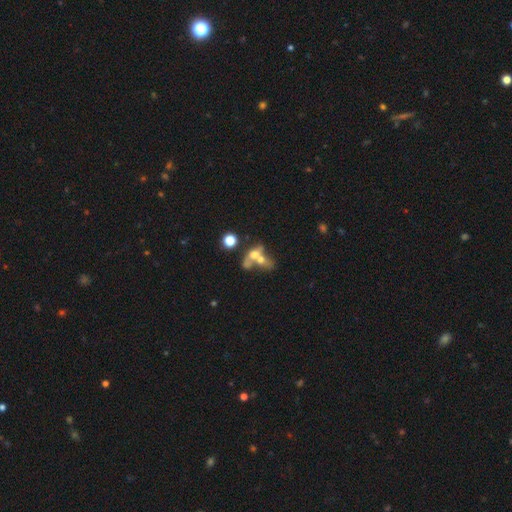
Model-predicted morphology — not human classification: Smooth or featured? smooth (47%)
Merging? merger (67%)